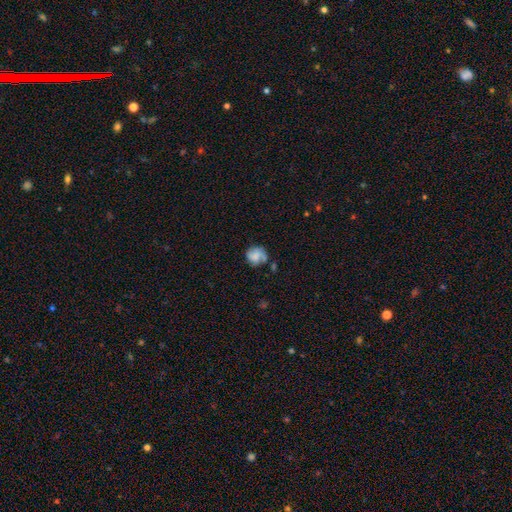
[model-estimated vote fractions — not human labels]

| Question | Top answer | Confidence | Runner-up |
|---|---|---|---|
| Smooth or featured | smooth | 54% | featured or disk (37%) |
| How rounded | round | 77% | in between (22%) |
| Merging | none | 54% | minor disturbance (25%) |